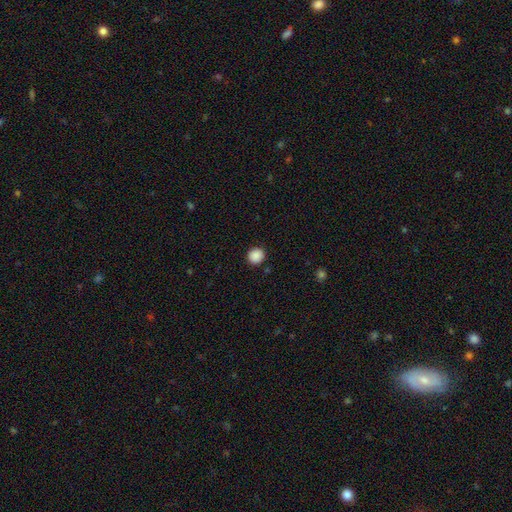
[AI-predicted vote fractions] smooth 89%, star or artifact 9%, featured or disk 2%. Down the decision tree: how rounded — round (91%); merging — none (91%).